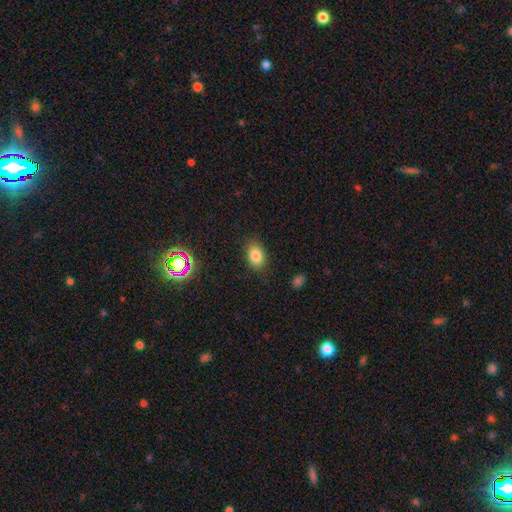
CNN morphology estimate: type=smooth (81%); roundness=in between (79%); merging=none (84%).